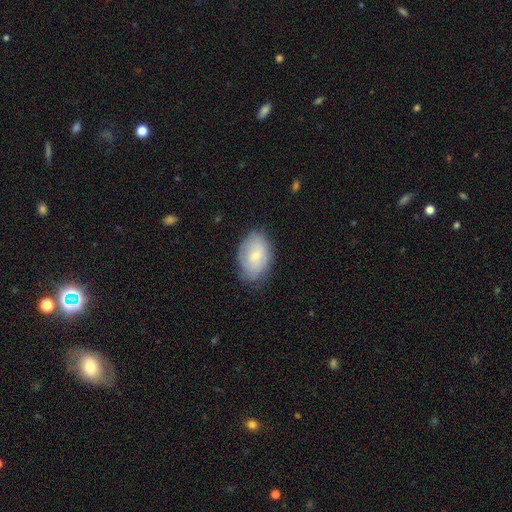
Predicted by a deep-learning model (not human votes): A smooth galaxy with no disk features (60%) that is in between round and cigar-shaped (85%). Merging: none (72%).